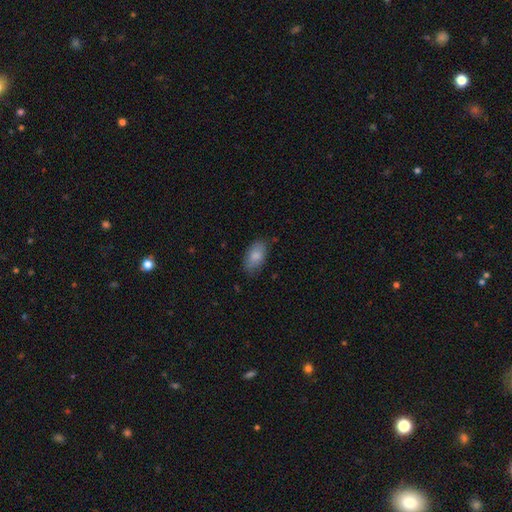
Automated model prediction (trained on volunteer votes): A smooth galaxy with no disk features (84%) that is in between round and cigar-shaped (93%). Merging: none (79%).